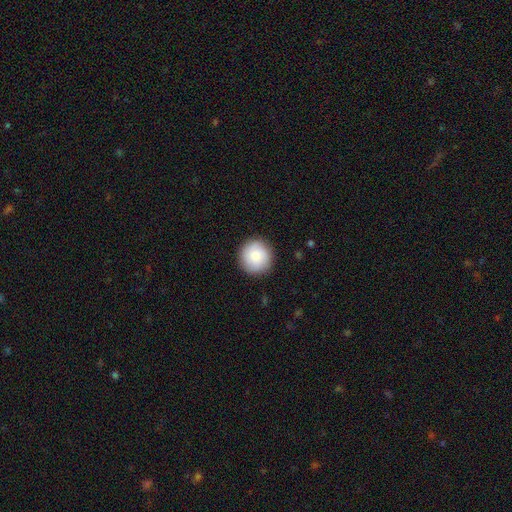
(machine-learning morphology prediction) smooth 85%, featured or disk 9%, star or artifact 6%. Down the decision tree: how rounded — round (95%); merging — none (90%).